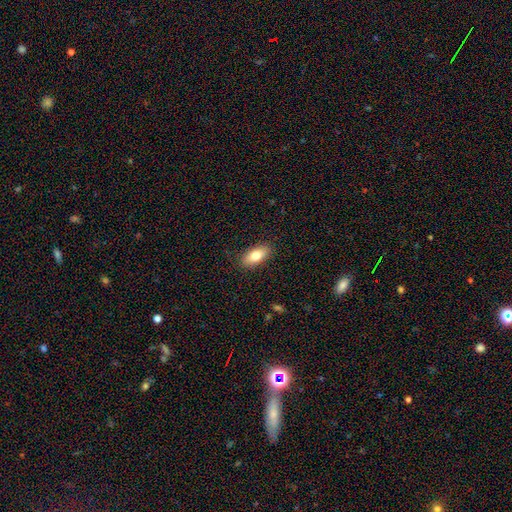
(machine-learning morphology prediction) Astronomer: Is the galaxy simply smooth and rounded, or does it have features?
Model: smooth — 79%.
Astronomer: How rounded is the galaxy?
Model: in between — 86%.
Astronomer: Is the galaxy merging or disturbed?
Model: none — 88%.